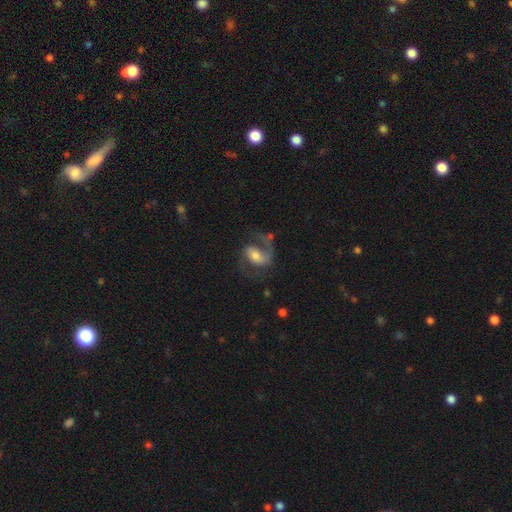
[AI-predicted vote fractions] The model was most divided on "spiral winding": medium: 49%, loose: 39%, tight: 12%. Remaining: edge-on disk — no (97%); spiral arms — yes (94%); smooth or featured — featured or disk (79%); spiral arm count — 2 (77%); merging — none (56%); bulge size — moderate (53%); bar — weak (43%).